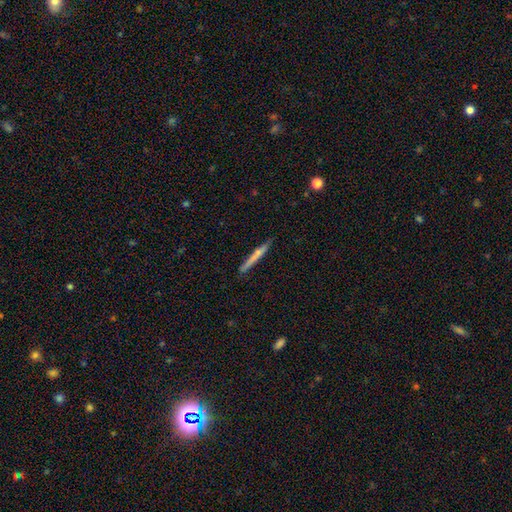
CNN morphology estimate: smooth_or_featured: smooth (p=0.57) [alt: featured or disk p=0.37]
how_rounded: cigar-shaped (p=0.96) [alt: in between p=0.03]
merging: none (p=0.85) [alt: minor disturbance p=0.11]